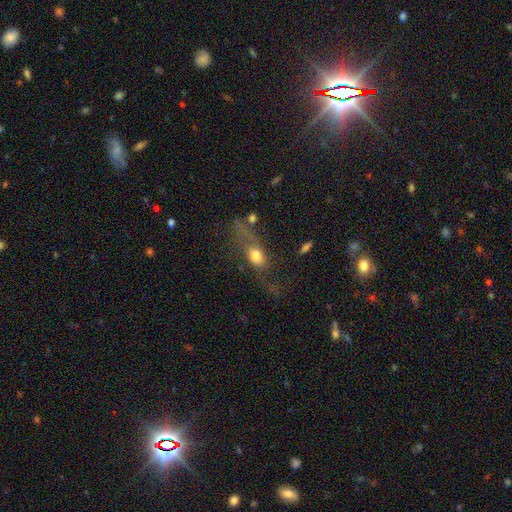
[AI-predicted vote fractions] smooth-or-featured: smooth: 59% | featured or disk: 30% | star or artifact: 12%
  how-rounded: in between: 61% | round: 26% | cigar-shaped: 13%
  merging: major disturbance: 42% | none: 32% | minor disturbance: 19% | merger: 7%